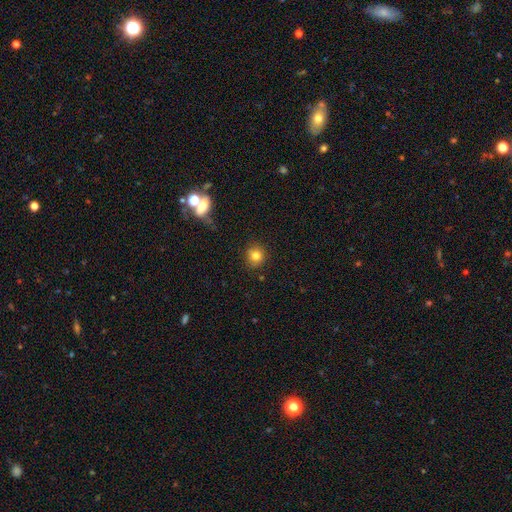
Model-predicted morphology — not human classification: Overall: smooth (80%). How rounded: round (89%). Merging: none (87%).